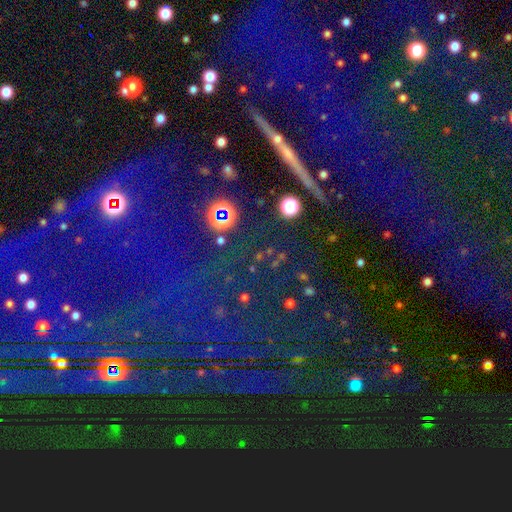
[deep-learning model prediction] Overall: star or artifact (78%).